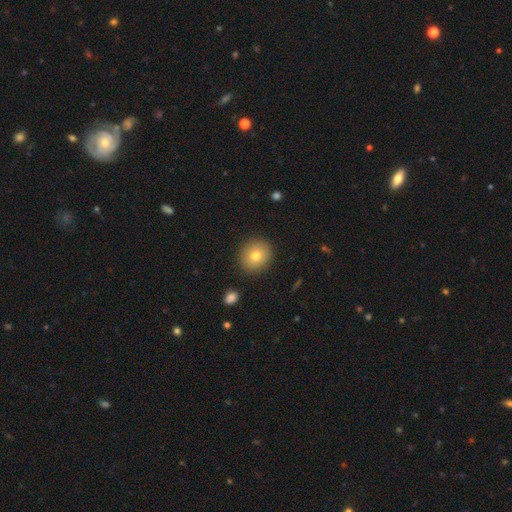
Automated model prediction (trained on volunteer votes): Q: Smooth or featured?
A: smooth (76%); runner-up: featured or disk (14%)
Q: How rounded?
A: round (81%); runner-up: in between (18%)
Q: Merging?
A: none (89%); runner-up: minor disturbance (7%)